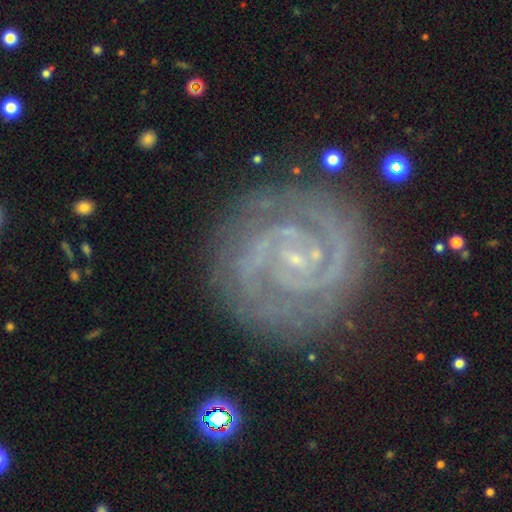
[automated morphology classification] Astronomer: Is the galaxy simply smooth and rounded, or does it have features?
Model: featured or disk — 88%.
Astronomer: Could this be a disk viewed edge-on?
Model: no — 98%.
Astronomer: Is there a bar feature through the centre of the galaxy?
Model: weak — 44% (runner-up: no, 33%).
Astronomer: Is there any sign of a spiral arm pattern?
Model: yes — 97%.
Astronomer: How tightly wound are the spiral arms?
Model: tight — 71%.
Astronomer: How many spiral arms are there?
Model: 2 — 50%.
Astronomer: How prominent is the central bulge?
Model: small — 78%.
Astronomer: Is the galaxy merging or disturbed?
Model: none — 77%.